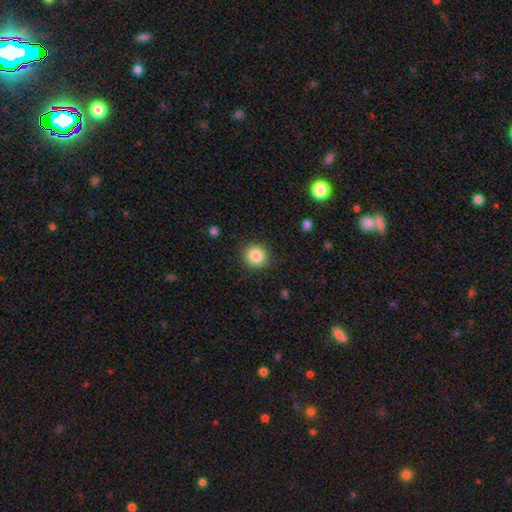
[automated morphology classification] A smooth galaxy with no disk features (86%) that is round (92%). Merging: none (89%).